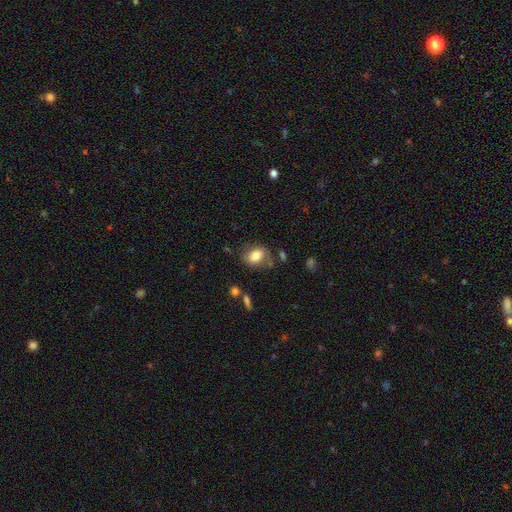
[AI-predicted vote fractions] Smooth or featured: smooth — 78% (featured or disk — 13%)
How rounded: in between — 70% (round — 28%)
Merging: none — 66% (minor disturbance — 20%)